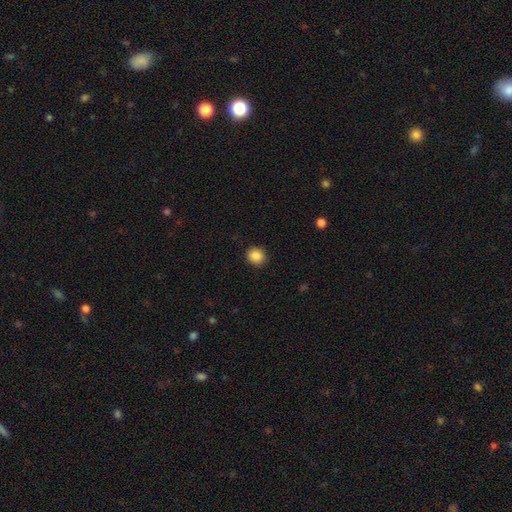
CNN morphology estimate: smooth_or_featured: smooth (p=0.87) [alt: star or artifact p=0.09]
how_rounded: round (p=0.88) [alt: in between p=0.11]
merging: none (p=0.91) [alt: minor disturbance p=0.06]